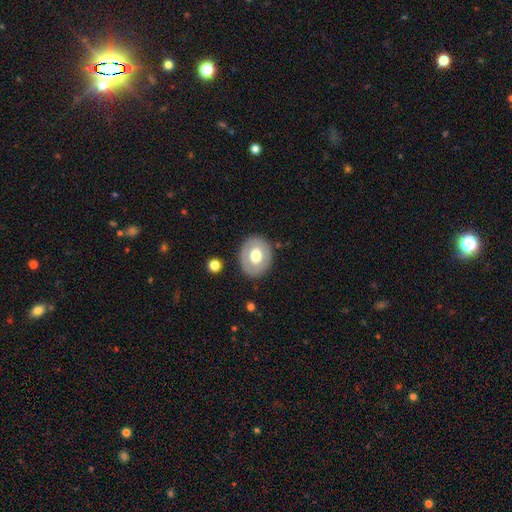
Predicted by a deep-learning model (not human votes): smooth 58%, featured or disk 36%, star or artifact 6%. Down the decision tree: how rounded — round (51%); merging — none (85%).